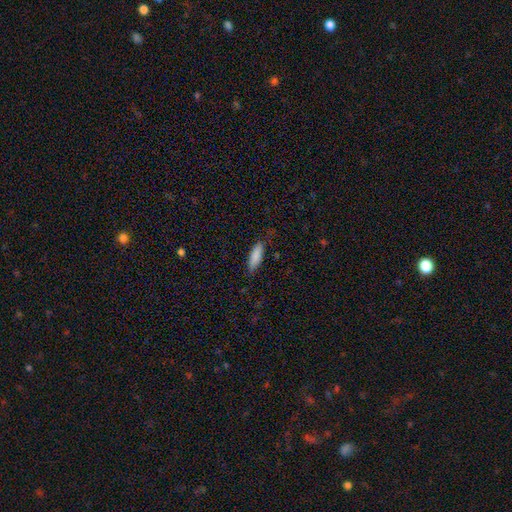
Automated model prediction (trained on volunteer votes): Smooth or featured? Predicted: smooth (p=0.85). How rounded? Predicted: cigar-shaped (p=0.49, tied with in between). Merging? Predicted: none (p=0.80).